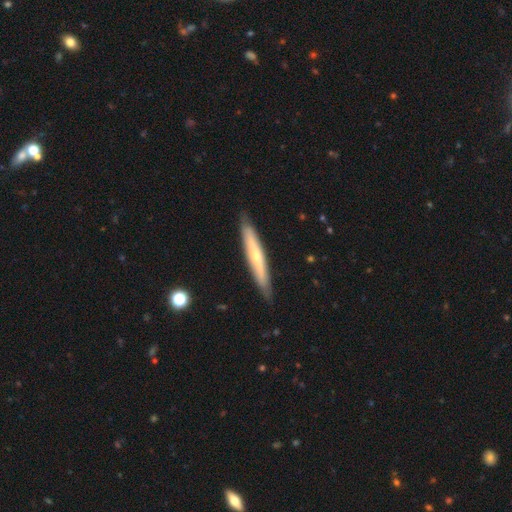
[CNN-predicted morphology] A featured or disk galaxy (55%) viewed edge-on (88%).

Vote fractions:
- Smooth or featured? featured or disk: 55% / smooth: 39% / star or artifact: 6%
- Edge-on disk? yes: 88% / no: 12%
- Merging? none: 88% / minor disturbance: 9% / major disturbance: 2% / merger: 1%